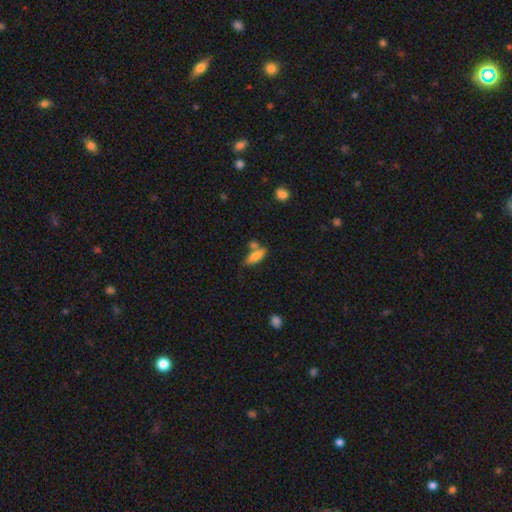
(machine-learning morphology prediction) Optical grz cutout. It shows a smooth galaxy with no disk features (76%) that is in between round and cigar-shaped (57%). Merging: none (51%).